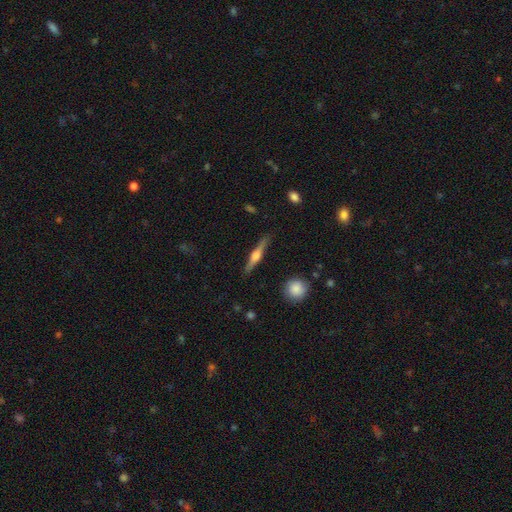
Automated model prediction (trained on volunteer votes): smooth_or_featured: featured or disk (p=0.69) [alt: smooth p=0.25]
disk_edge_on: yes (p=0.98) [alt: no p=0.02]
edge_on_bulge: rounded (p=0.88) [alt: boxy p=0.09]
merging: none (p=0.88) [alt: minor disturbance p=0.09]